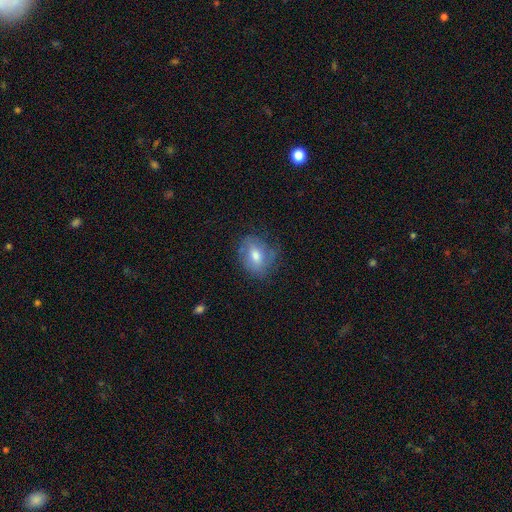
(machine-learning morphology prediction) This is possibly a smooth galaxy (57%). How rounded: possibly in between (54%). Merging: likely none (67%).